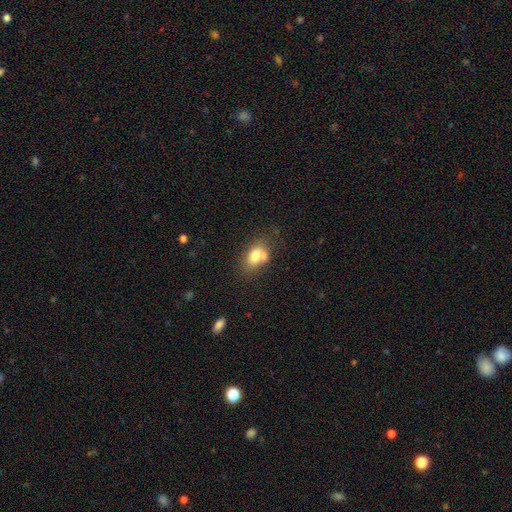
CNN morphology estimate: type=smooth (74%); roundness=in between (78%); merging=none (43%).